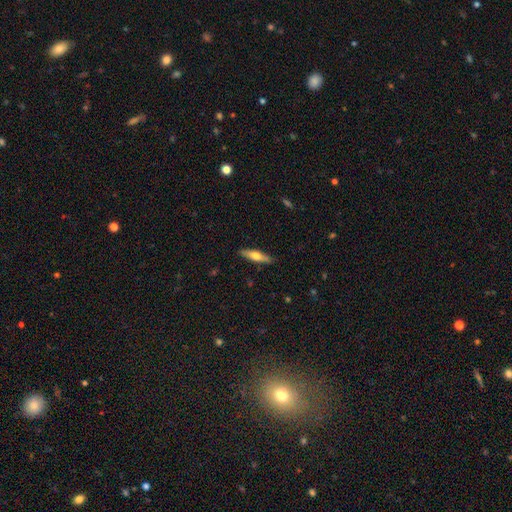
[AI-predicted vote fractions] smooth-or-featured: smooth: 50% | featured or disk: 44% | star or artifact: 6%
  how-rounded: cigar-shaped: 75% | in between: 23% | round: 2%
  merging: none: 89% | minor disturbance: 8% | major disturbance: 2% | merger: 1%